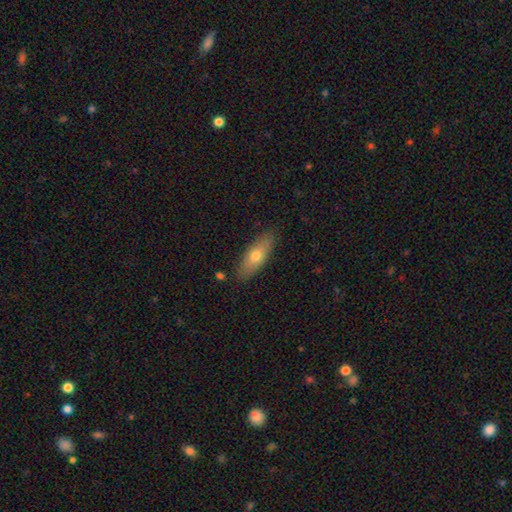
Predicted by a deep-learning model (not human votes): This appears to be a smooth galaxy with no disk features (63%) that is in between round and cigar-shaped (56%). Merging: none (87%).